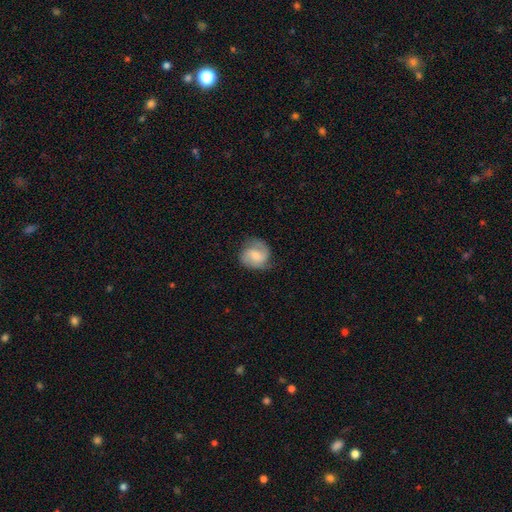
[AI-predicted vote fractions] Smooth or featured? featured or disk (52%)
Edge-on disk? no (97%)
Bar? no (45%)
Spiral arms? yes (89%)
Bulge size? moderate (47%)
Merging? none (67%)